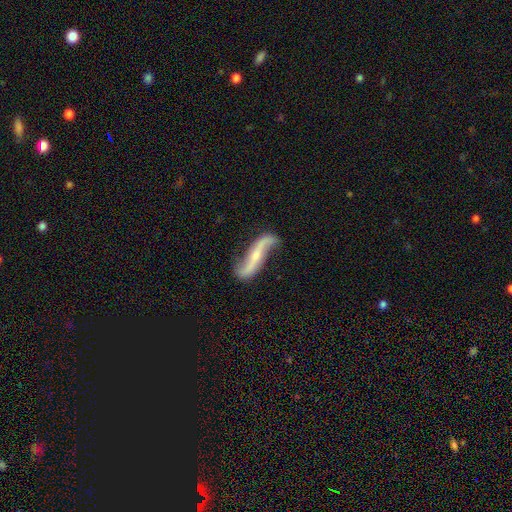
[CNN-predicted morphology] Q: Smooth or featured?
A: featured or disk (85%); runner-up: smooth (10%)
Q: Edge-on disk?
A: no (84%); runner-up: yes (16%)
Q: Bar?
A: strong (37%); tied with: no (37%)
Q: Spiral arms?
A: yes (94%); runner-up: no (6%)
Q: Spiral winding?
A: loose (90%); runner-up: medium (7%)
Q: Spiral arm count?
A: 2 (93%); runner-up: 1 (2%)
Q: Bulge size?
A: small (63%); runner-up: moderate (24%)
Q: Merging?
A: none (74%); runner-up: minor disturbance (17%)